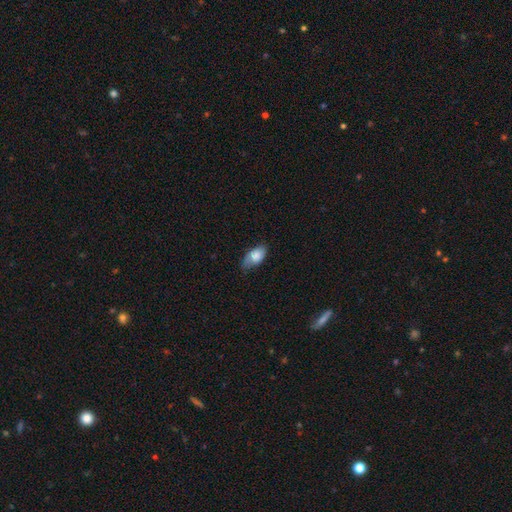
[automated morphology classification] A smooth galaxy with no disk features (77%) that is in between round and cigar-shaped (92%). Merging: none (62%).